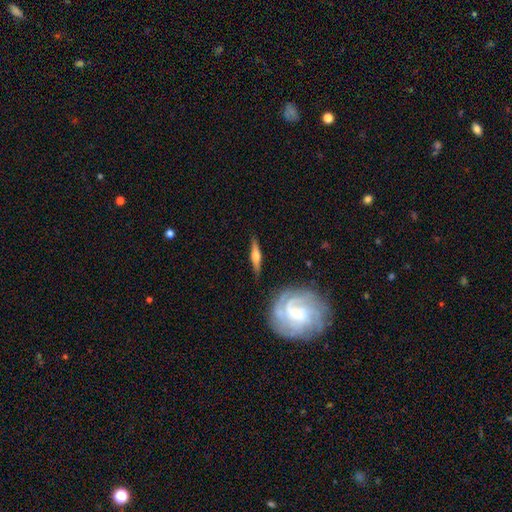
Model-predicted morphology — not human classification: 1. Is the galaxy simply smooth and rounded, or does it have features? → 67% featured or disk, 27% smooth, 6% star or artifact.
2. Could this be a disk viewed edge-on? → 88% yes, 12% no.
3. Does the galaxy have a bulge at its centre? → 88% rounded, 7% boxy, 5% none.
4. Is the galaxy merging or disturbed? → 83% none, 11% minor disturbance, 3% major disturbance, 3% merger.